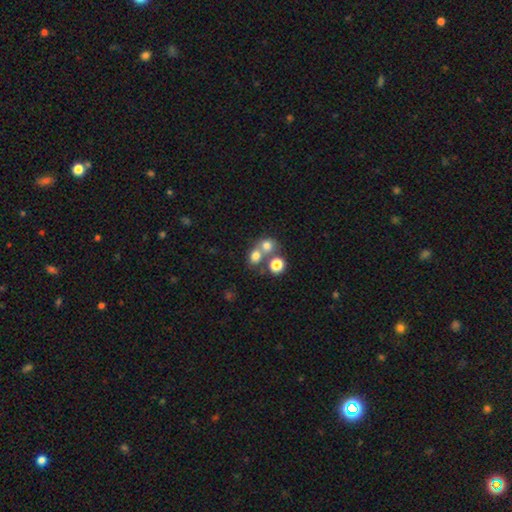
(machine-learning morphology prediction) smooth 72%, star or artifact 15%, featured or disk 13%. Down the decision tree: how rounded — round (71%); merging — merger (46%).